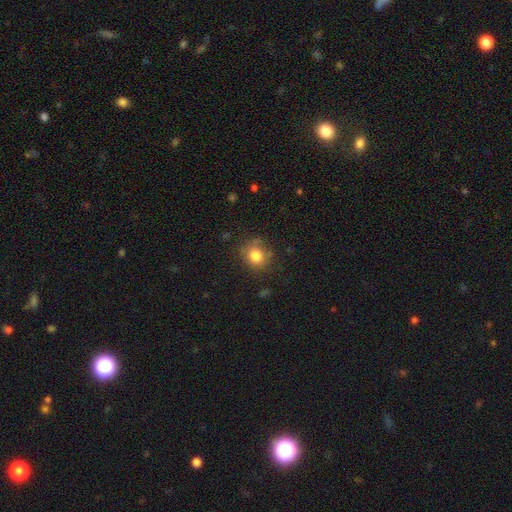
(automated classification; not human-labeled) The model was most divided on "merging": none: 73%, minor disturbance: 19%, major disturbance: 6%, merger: 2%. More confident: smooth or featured — smooth (81%); how rounded — round (80%).